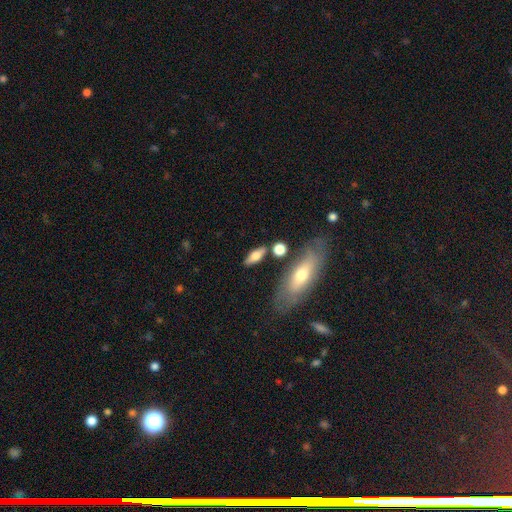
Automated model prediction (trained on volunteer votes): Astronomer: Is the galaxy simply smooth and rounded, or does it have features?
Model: smooth — 60%.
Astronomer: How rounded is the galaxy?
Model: in between — 59% (runner-up: cigar-shaped, 35%).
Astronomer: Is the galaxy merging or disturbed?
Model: none — 74%.